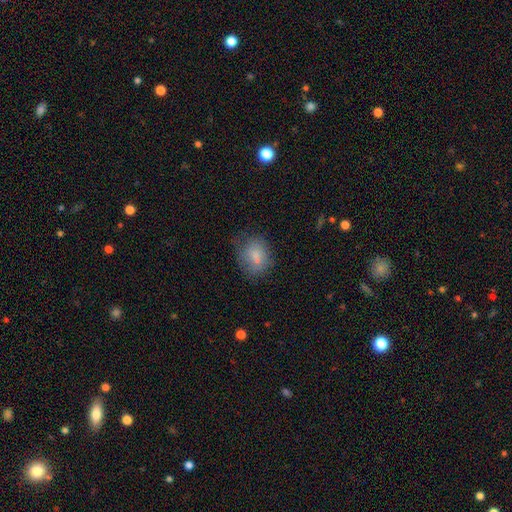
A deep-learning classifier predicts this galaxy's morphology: smooth_or_featured: smooth (p=0.77) [alt: featured or disk p=0.14]
how_rounded: in between (p=0.54) [alt: round p=0.45]
merging: none (p=0.61) [alt: minor disturbance p=0.25]